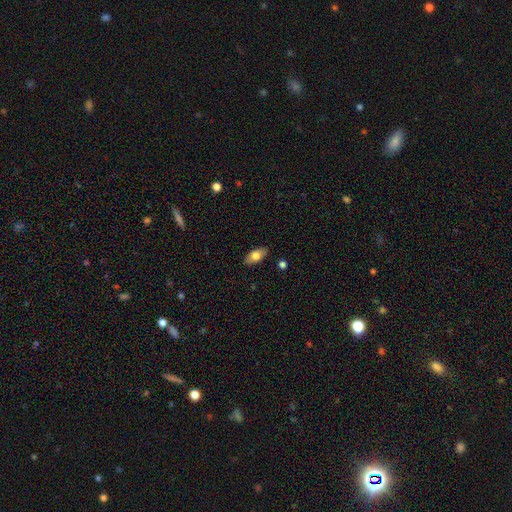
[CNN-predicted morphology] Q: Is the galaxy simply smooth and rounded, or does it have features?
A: smooth — 75%.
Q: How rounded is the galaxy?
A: in between — 88%.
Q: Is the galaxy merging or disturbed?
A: none — 87%.